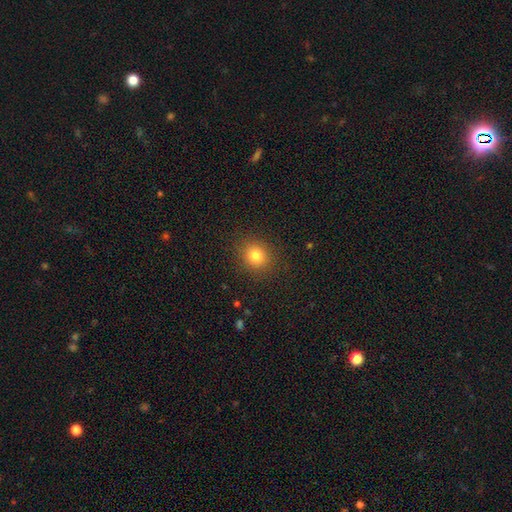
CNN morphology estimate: This appears to be a smooth galaxy with no disk features (80%) that is round (81%). Merging: none (89%).